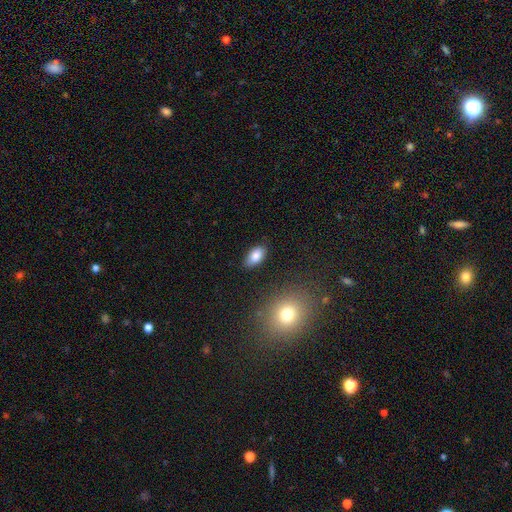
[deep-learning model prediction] Smooth or featured? Predicted: smooth (p=0.84). How rounded? Predicted: in between (p=0.93). Merging? Predicted: none (p=0.84).